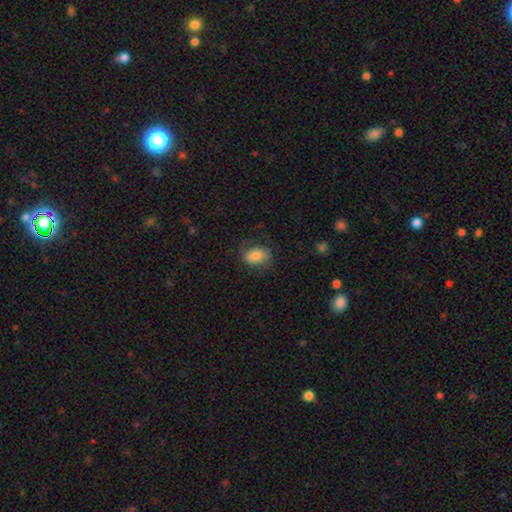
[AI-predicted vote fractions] The model was most divided on "merging": none: 74%, minor disturbance: 17%, major disturbance: 8%, merger: 1%. More confident: how rounded — in between (79%); smooth or featured — smooth (77%).